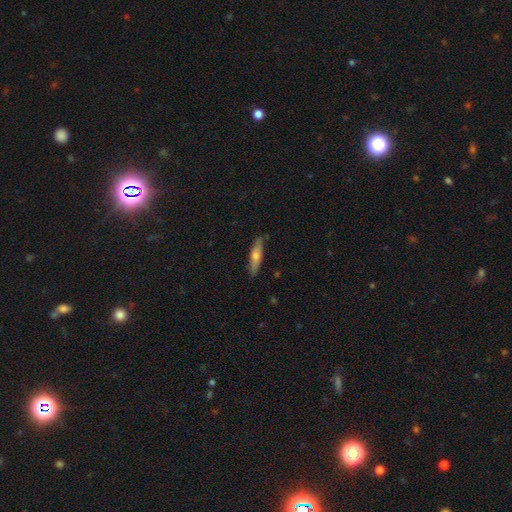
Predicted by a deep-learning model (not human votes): Smooth or featured? smooth (61%)
How rounded? cigar-shaped (76%)
Merging? none (84%)